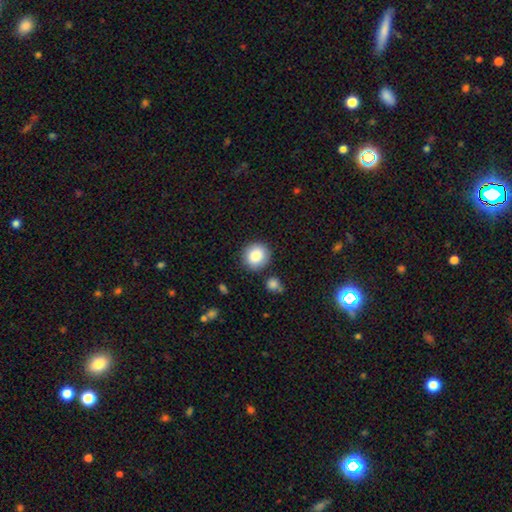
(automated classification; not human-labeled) Smooth or featured?
  - smooth: 86% *
  - star or artifact: 8%
  - featured or disk: 6%
How rounded?
  - round: 89% *
  - in between: 10%
  - cigar-shaped: 1%
Merging?
  - none: 85% *
  - minor disturbance: 9%
  - merger: 4%
  - major disturbance: 2%